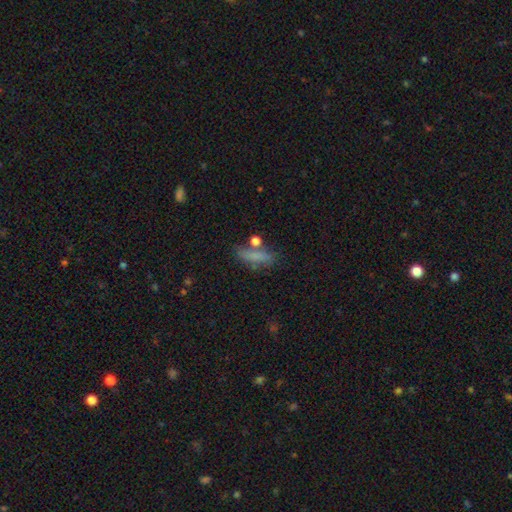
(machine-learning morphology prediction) Smooth or featured?
  - smooth: 74% *
  - featured or disk: 15%
  - star or artifact: 11%
How rounded?
  - cigar-shaped: 63% *
  - in between: 32%
  - round: 5%
Merging?
  - none: 67% *
  - minor disturbance: 17%
  - merger: 10%
  - major disturbance: 6%